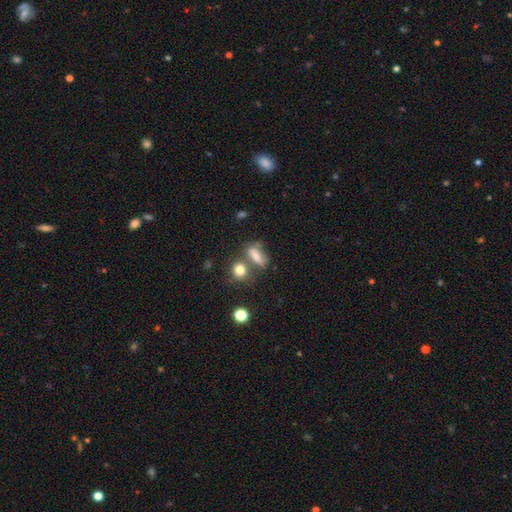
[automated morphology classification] A smooth galaxy with no disk features (64%) that is in between round and cigar-shaped (60%). Merging: none (47%).